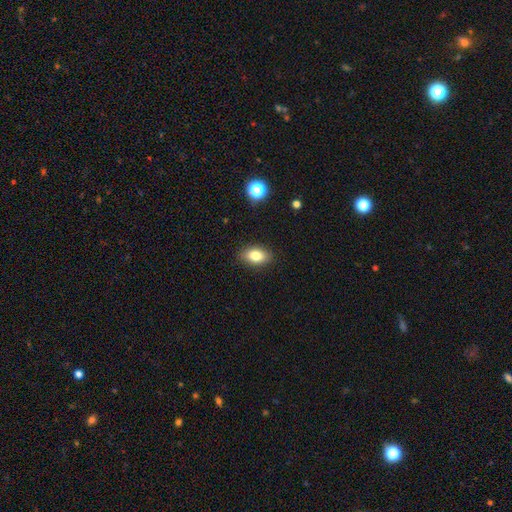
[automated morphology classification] This appears to be a smooth galaxy with no disk features (81%) that is in between round and cigar-shaped (87%). Merging: none (88%).